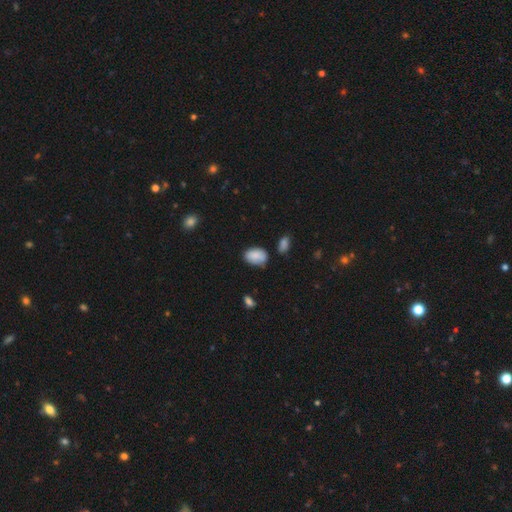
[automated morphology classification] Smooth or featured: smooth — 85% (star or artifact — 8%)
How rounded: in between — 87% (round — 11%)
Merging: none — 61% (minor disturbance — 28%)